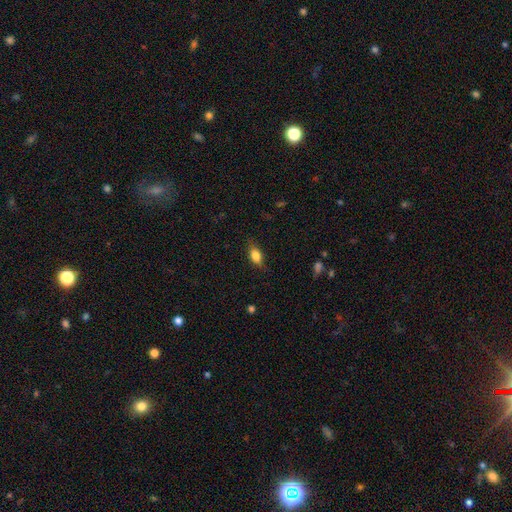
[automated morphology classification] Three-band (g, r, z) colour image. It shows a smooth galaxy with no disk features (82%) that is in between round and cigar-shaped (83%). Merging: none (78%).